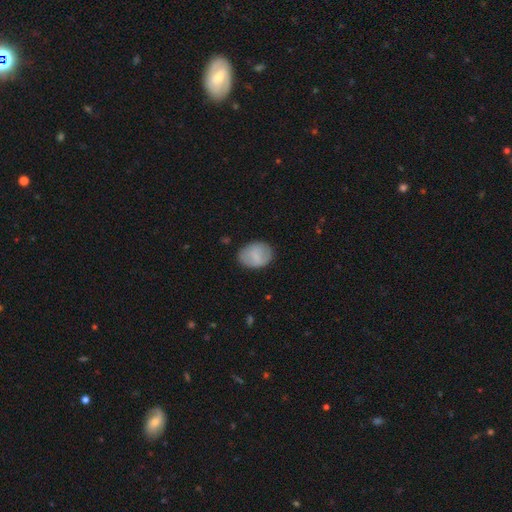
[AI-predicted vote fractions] smooth_or_featured: smooth (p=0.73) [alt: featured or disk p=0.21]
how_rounded: in between (p=0.67) [alt: round p=0.32]
merging: none (p=0.79) [alt: minor disturbance p=0.15]